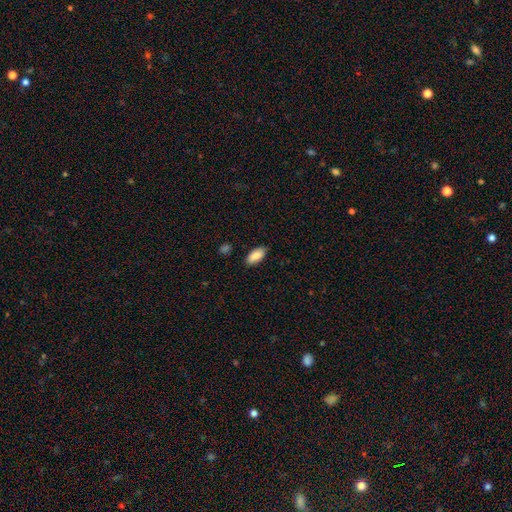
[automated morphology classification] smooth_or_featured: smooth (p=0.87) [alt: featured or disk p=0.07]
how_rounded: in between (p=0.90) [alt: cigar-shaped p=0.08]
merging: none (p=0.86) [alt: minor disturbance p=0.11]